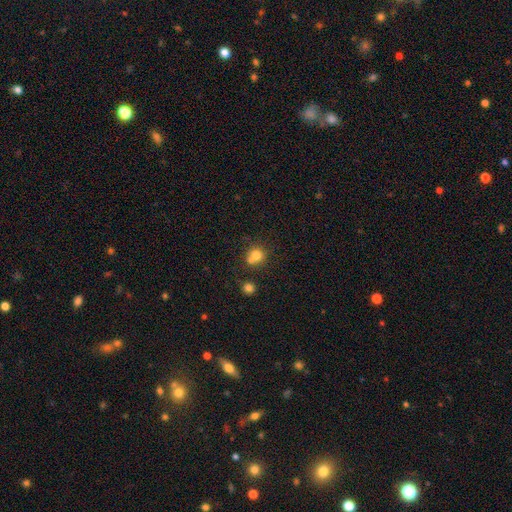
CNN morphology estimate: A smooth galaxy with no disk features (77%) that is round (86%).

Vote fractions:
- Smooth or featured? smooth: 77% / star or artifact: 12% / featured or disk: 11%
- How rounded? round: 86% / in between: 13% / cigar-shaped: 1%
- Merging? none: 50% / merger: 38% / minor disturbance: 9% / major disturbance: 3%